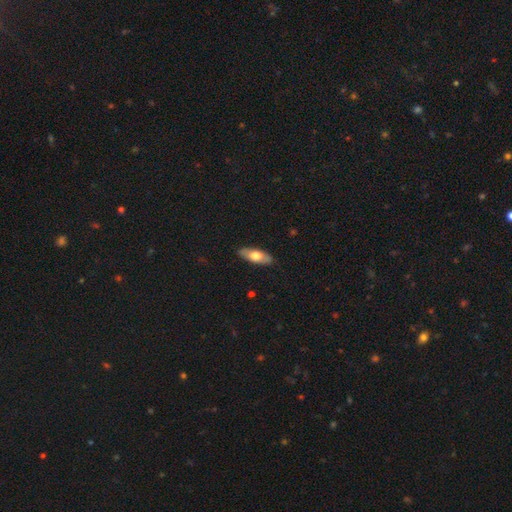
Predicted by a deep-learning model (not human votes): Morphology: type=smooth (64%); roundness=in between (76%); merging=none (88%).